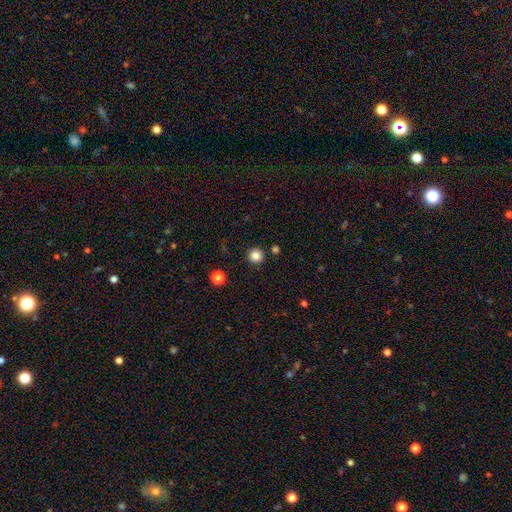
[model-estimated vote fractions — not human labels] This is clearly a smooth galaxy (83%). How rounded: clearly round (95%). Merging: clearly none (91%).